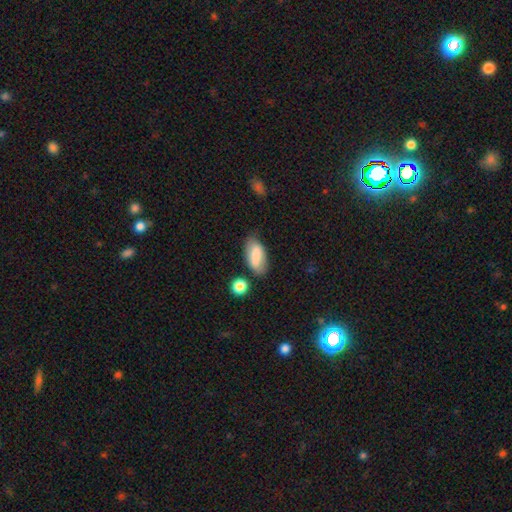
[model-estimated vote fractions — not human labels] Morphology: type=smooth (79%); roundness=in between (88%); merging=none (67%).